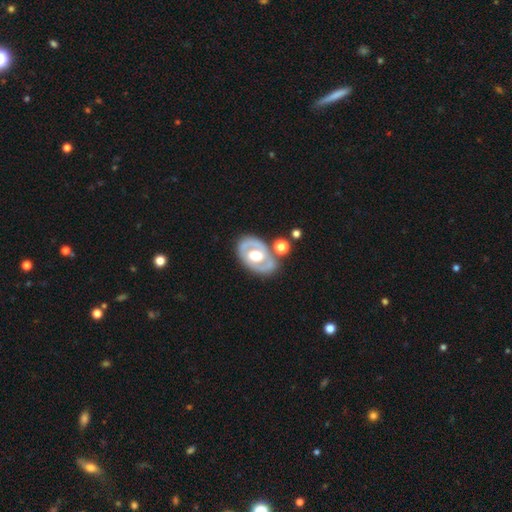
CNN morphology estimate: Q: Smooth or featured?
A: featured or disk (71%); runner-up: smooth (24%)
Q: Edge-on disk?
A: no (93%); runner-up: yes (7%)
Q: Bar?
A: no (68%); runner-up: weak (22%)
Q: Spiral arms?
A: no (55%); runner-up: yes (45%)
Q: Bulge size?
A: moderate (61%); runner-up: large (31%)
Q: Merging?
A: none (68%); runner-up: minor disturbance (16%)